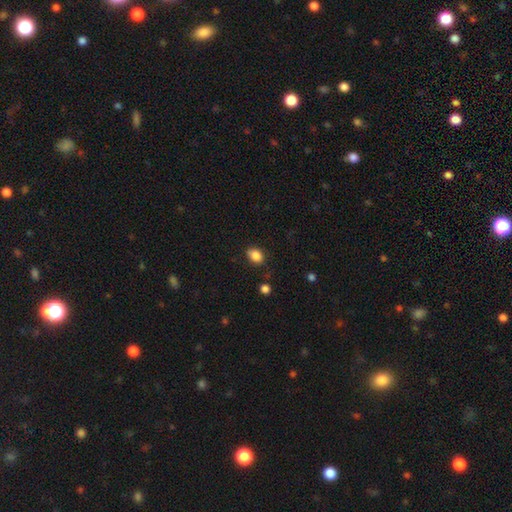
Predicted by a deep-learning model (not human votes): This appears to be a smooth galaxy with no disk features (86%) that is in between round and cigar-shaped (71%). Merging: none (80%).